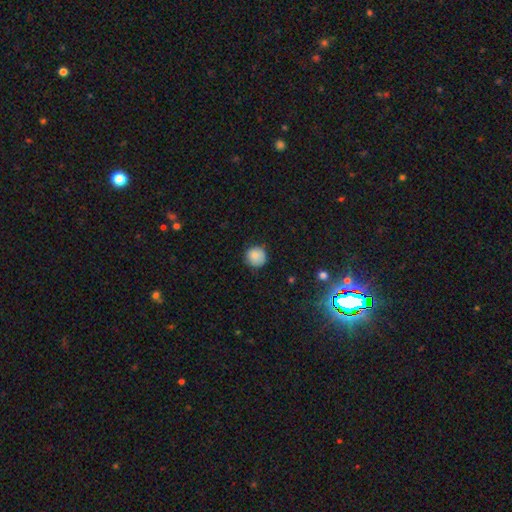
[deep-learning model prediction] A smooth galaxy with no disk features (84%) that is round (93%). Merging: none (82%).